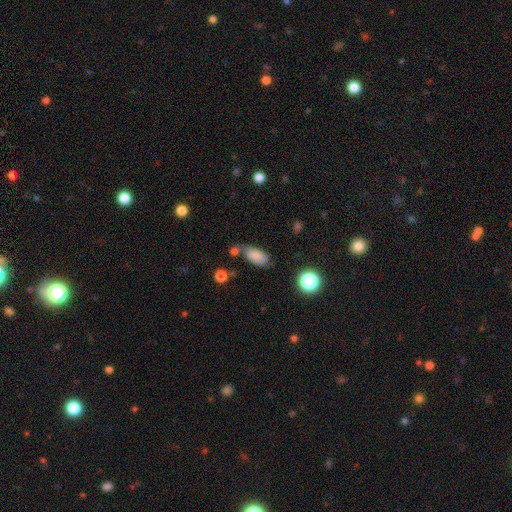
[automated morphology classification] A smooth galaxy with no disk features (78%) that is in between round and cigar-shaped (90%).

Vote fractions:
- Smooth or featured? smooth: 78% / featured or disk: 12% / star or artifact: 10%
- How rounded? in between: 90% / cigar-shaped: 6% / round: 4%
- Merging? none: 59% / minor disturbance: 23% / merger: 12% / major disturbance: 7%